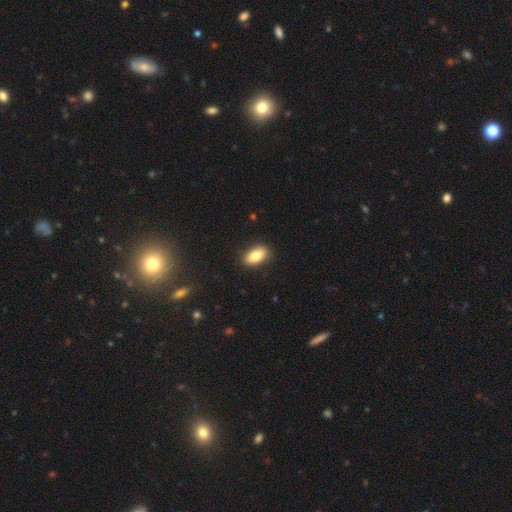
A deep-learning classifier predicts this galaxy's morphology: A smooth galaxy with no disk features (82%) that is in between round and cigar-shaped (90%). Merging: none (88%).